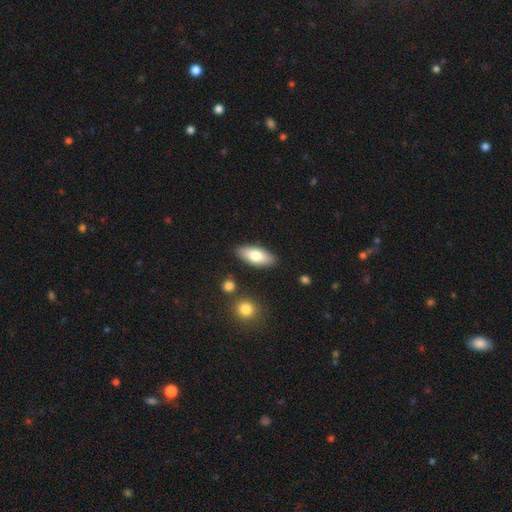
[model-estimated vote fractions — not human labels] Overall: smooth (76%). How rounded: in between (81%). Merging: none (86%).